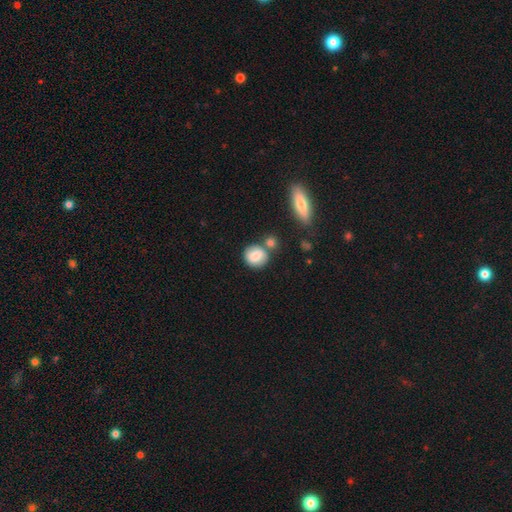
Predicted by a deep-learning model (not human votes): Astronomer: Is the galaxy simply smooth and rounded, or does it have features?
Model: smooth — 82%.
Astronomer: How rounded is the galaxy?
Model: round — 78%.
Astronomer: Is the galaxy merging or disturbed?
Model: none — 61%.